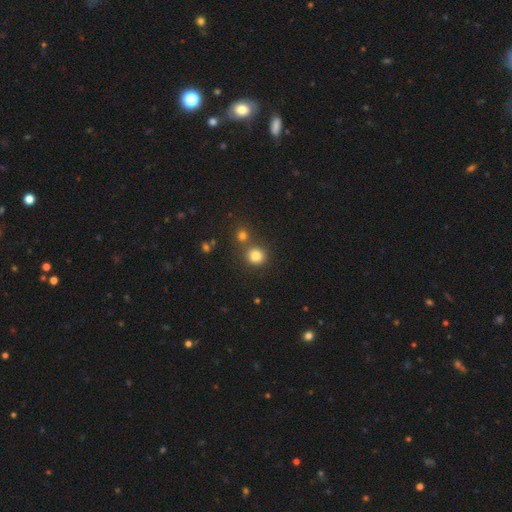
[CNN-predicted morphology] This is clearly a smooth galaxy (82%). How rounded: clearly round (89%). Merging: likely none (71%).